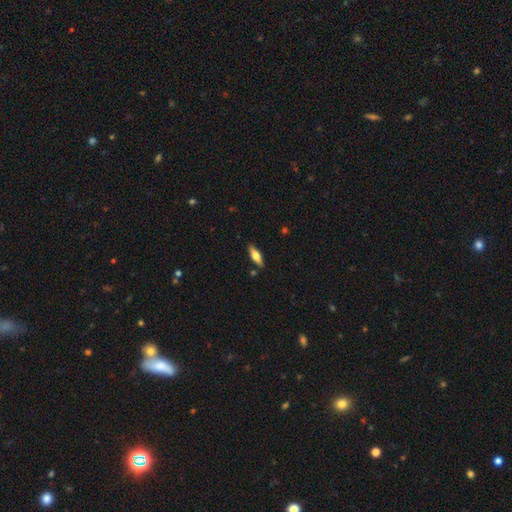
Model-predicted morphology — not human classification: type=smooth (54%); roundness=in between (55%); merging=none (86%).